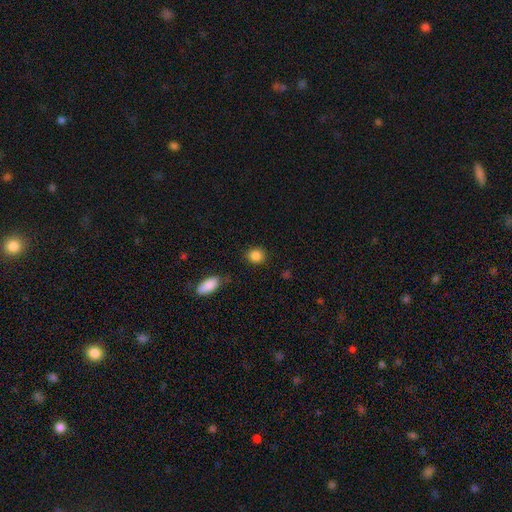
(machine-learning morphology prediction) Smooth or featured: smooth — 87% (star or artifact — 9%)
How rounded: round — 74% (in between — 25%)
Merging: none — 87% (minor disturbance — 9%)